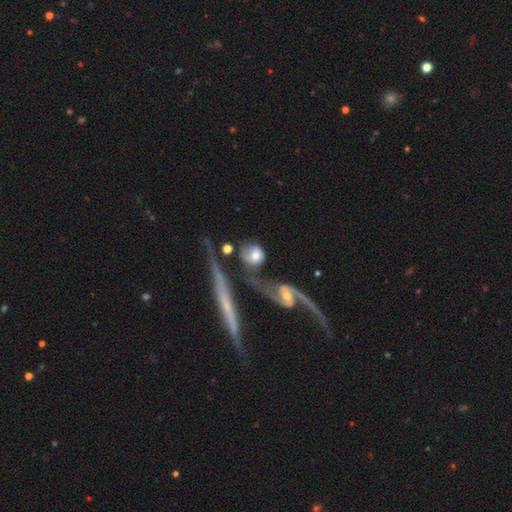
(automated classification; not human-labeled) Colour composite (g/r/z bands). It shows a smooth galaxy with no disk features (61%) that is round (71%). Merging: none (42%).